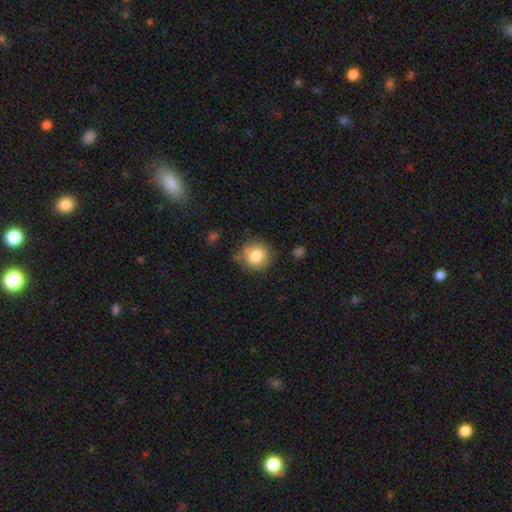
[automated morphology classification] This is clearly a smooth galaxy (82%). How rounded: likely round (79%). Merging: likely none (76%).